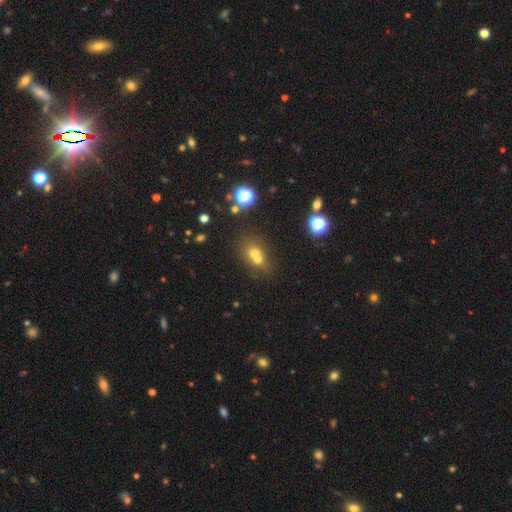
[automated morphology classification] type=smooth (61%); roundness=round (61%); merging=merger (58%).